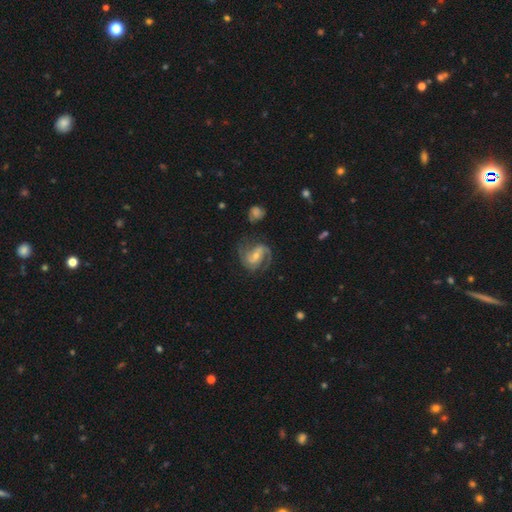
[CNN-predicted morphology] Smooth or featured? featured or disk (86%)
Edge-on disk? no (97%)
Bar? weak (44%)
Spiral arms? yes (97%)
Spiral winding? medium (53%)
Spiral arm count? 2 (81%)
Bulge size? small (51%)
Merging? none (67%)